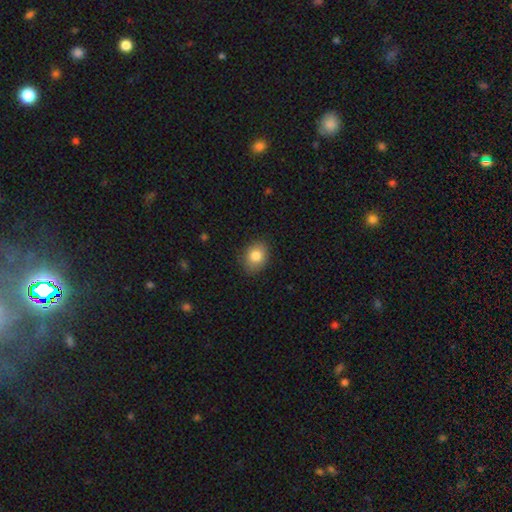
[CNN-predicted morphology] type=smooth (82%); roundness=in between (51%); merging=none (84%).